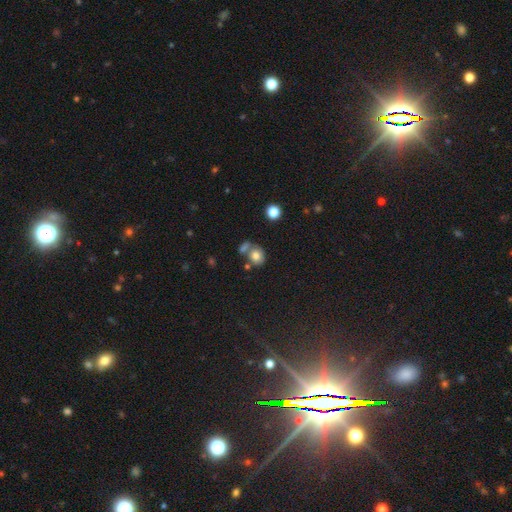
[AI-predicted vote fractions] A smooth galaxy with no disk features (76%) that is round (58%). Merging: none (46%).